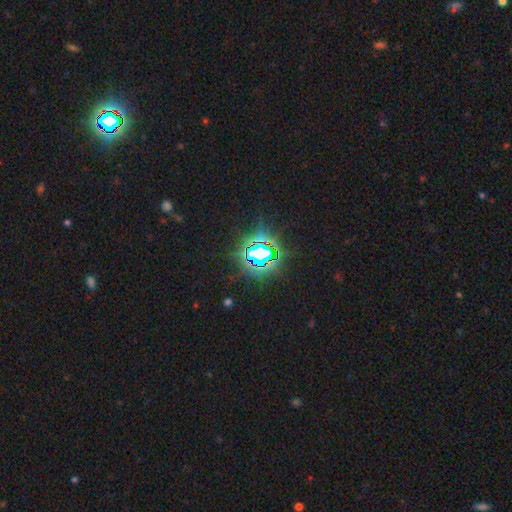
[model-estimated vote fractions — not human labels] Smooth or featured? star or artifact (80%)